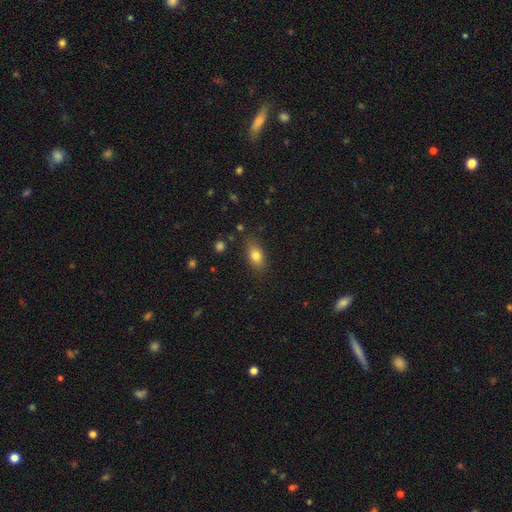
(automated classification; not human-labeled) This is likely a smooth galaxy (79%). How rounded: clearly in between (83%). Merging: clearly none (81%).